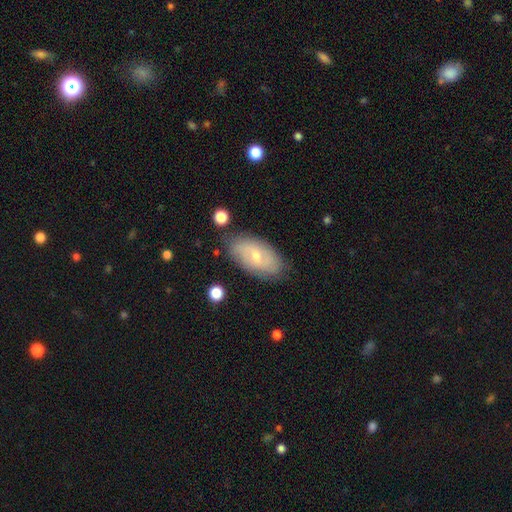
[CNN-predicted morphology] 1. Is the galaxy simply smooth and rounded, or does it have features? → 58% featured or disk, 35% smooth, 7% star or artifact.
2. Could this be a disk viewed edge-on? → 92% no, 8% yes.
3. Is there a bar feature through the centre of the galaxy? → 50% no, 42% weak, 8% strong.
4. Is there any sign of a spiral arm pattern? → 79% yes, 21% no.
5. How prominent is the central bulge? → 58% small, 38% moderate, 2% none, 1% large, 1% dominant.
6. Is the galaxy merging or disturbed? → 78% none, 16% minor disturbance, 4% major disturbance, 2% merger.